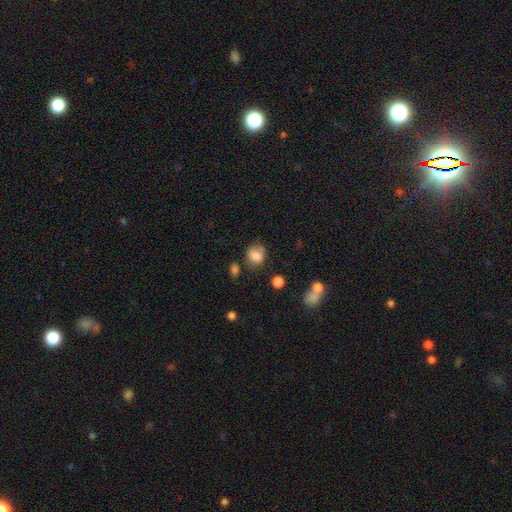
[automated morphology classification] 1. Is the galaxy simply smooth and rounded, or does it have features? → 77% smooth, 12% featured or disk, 10% star or artifact.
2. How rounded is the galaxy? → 68% round, 31% in between, 1% cigar-shaped.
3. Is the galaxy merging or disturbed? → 64% none, 22% minor disturbance, 7% major disturbance, 6% merger.